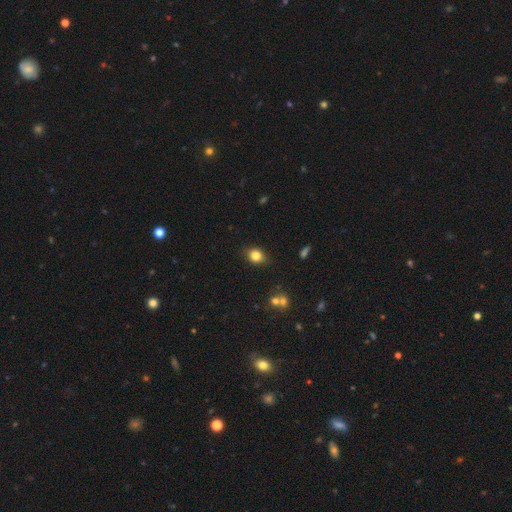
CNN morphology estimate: smooth_or_featured: smooth (p=0.82) [alt: star or artifact p=0.10]
how_rounded: in between (p=0.51) [alt: round p=0.47]
merging: none (p=0.80) [alt: minor disturbance p=0.15]